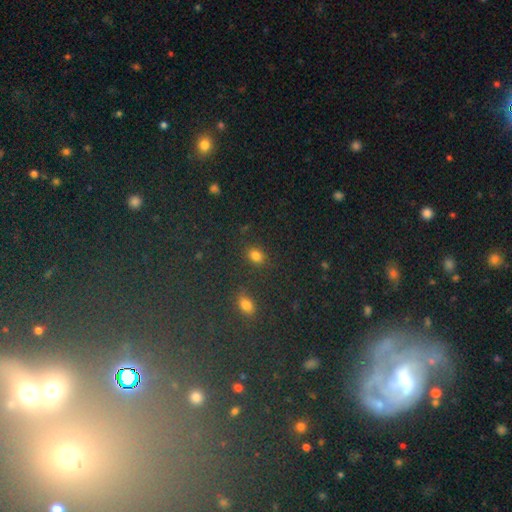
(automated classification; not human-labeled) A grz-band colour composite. It shows a smooth galaxy with no disk features (77%) that is in between round and cigar-shaped (61%). Merging: none (80%).